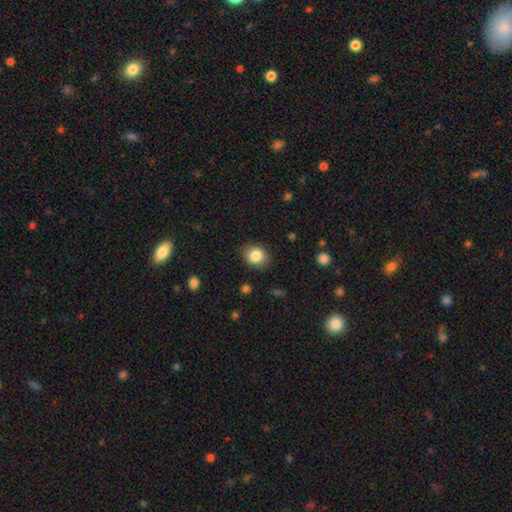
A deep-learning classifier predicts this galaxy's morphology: Q: Smooth or featured?
A: smooth (84%); runner-up: star or artifact (9%)
Q: How rounded?
A: round (53%); runner-up: in between (46%)
Q: Merging?
A: none (86%); runner-up: minor disturbance (10%)